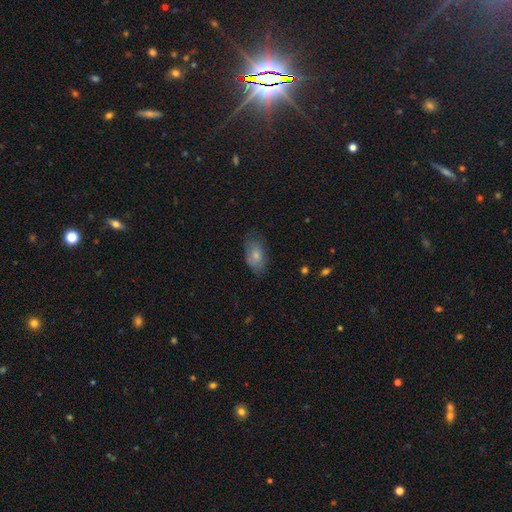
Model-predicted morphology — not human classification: type=smooth (75%); roundness=in between (91%); merging=none (64%).